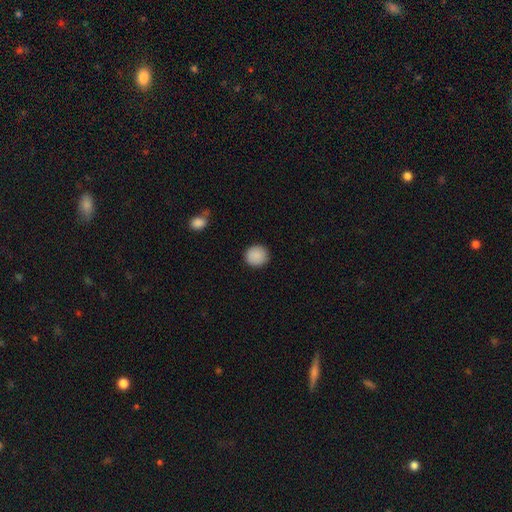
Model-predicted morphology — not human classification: This appears to be a smooth galaxy with no disk features (90%) that is round (91%). Merging: none (91%).